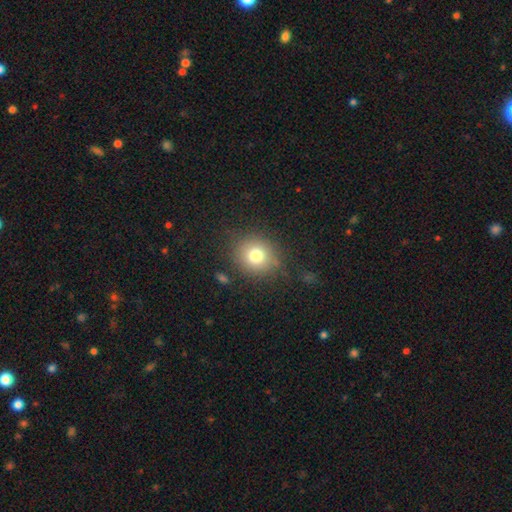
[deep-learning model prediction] A smooth galaxy with no disk features (77%) that is round (82%).

Vote fractions:
- Smooth or featured? smooth: 77% / star or artifact: 12% / featured or disk: 11%
- How rounded? round: 82% / in between: 17% / cigar-shaped: 1%
- Merging? none: 80% / minor disturbance: 13% / major disturbance: 5% / merger: 2%